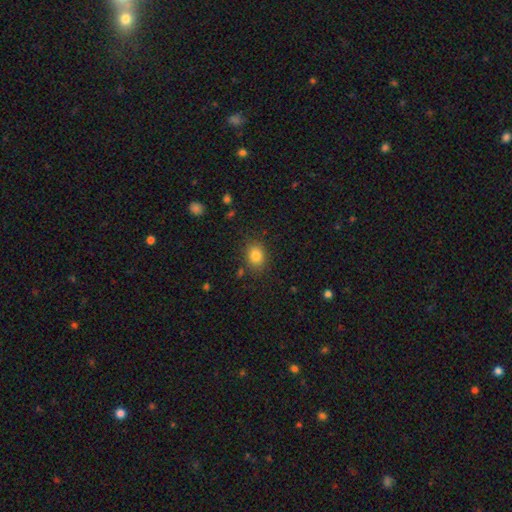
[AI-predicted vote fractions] This appears to be a smooth galaxy with no disk features (83%) that is in between round and cigar-shaped (58%). Merging: none (83%).